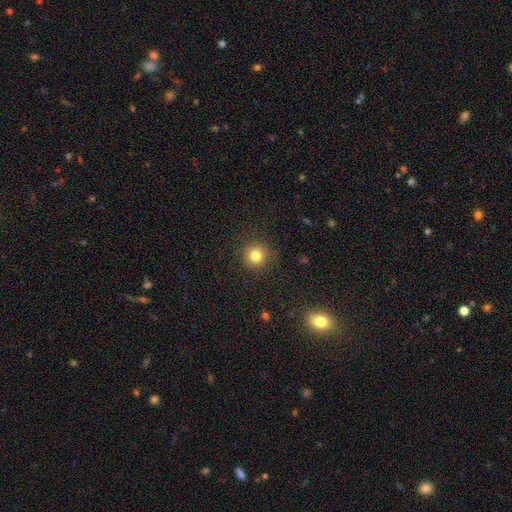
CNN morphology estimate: Smooth or featured?
  - smooth: 82% *
  - star or artifact: 12%
  - featured or disk: 6%
How rounded?
  - round: 94% *
  - in between: 5%
  - cigar-shaped: 1%
Merging?
  - none: 89% *
  - minor disturbance: 7%
  - major disturbance: 3%
  - merger: 1%